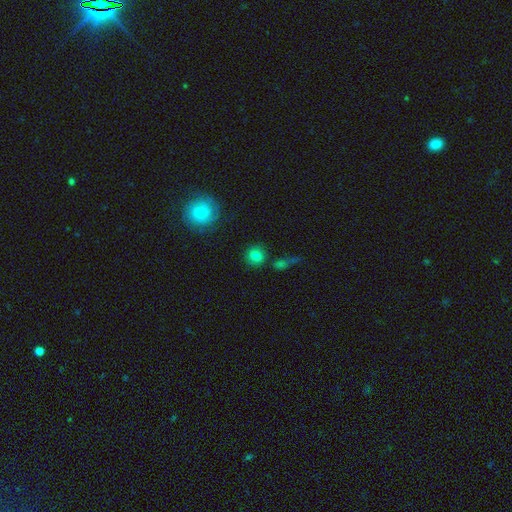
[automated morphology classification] smooth-or-featured: smooth: 81% | star or artifact: 11% | featured or disk: 8%
  how-rounded: round: 87% | in between: 12% | cigar-shaped: 1%
  merging: none: 82% | minor disturbance: 9% | merger: 6% | major disturbance: 3%